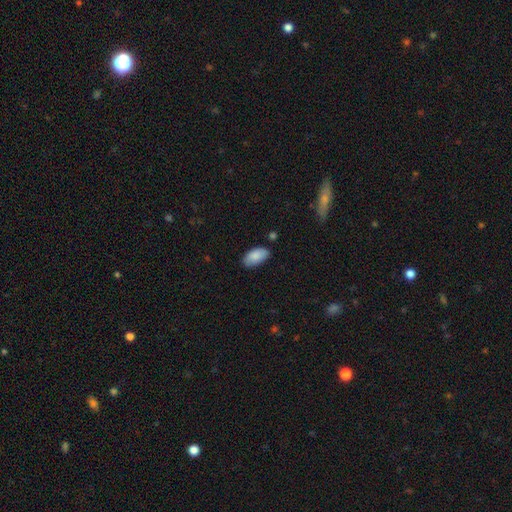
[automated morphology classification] Smooth or featured: smooth — 87% (featured or disk — 7%)
How rounded: in between — 95% (round — 3%)
Merging: none — 77% (minor disturbance — 18%)